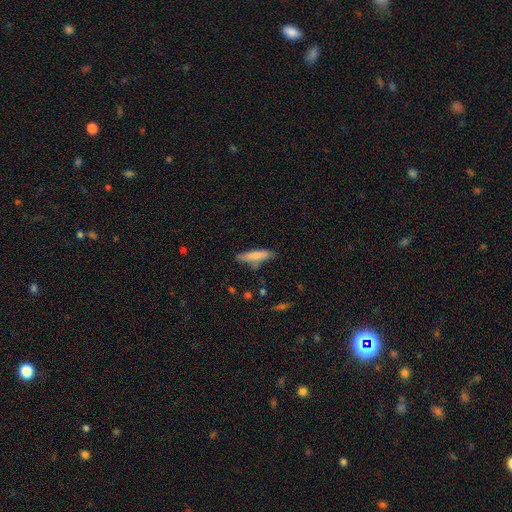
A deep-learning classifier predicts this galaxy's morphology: Smooth or featured?
  - smooth: 78% *
  - featured or disk: 16%
  - star or artifact: 6%
How rounded?
  - cigar-shaped: 78% *
  - in between: 21%
  - round: 2%
Merging?
  - none: 73% *
  - minor disturbance: 19%
  - merger: 4%
  - major disturbance: 4%